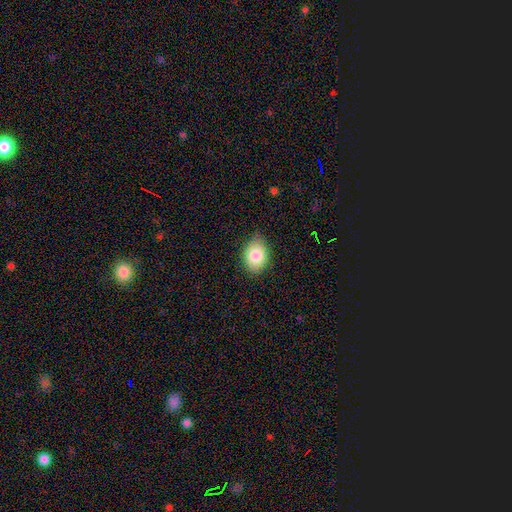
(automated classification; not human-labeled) Overall: smooth (83%). How rounded: in between (78%). Merging: none (78%).